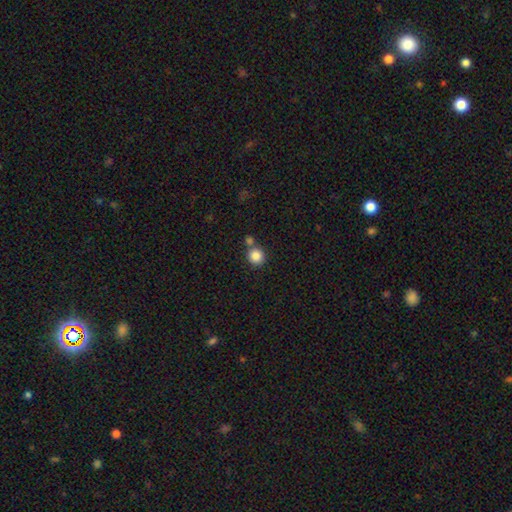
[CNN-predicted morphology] This is clearly a smooth galaxy (85%). How rounded: clearly round (92%). Merging: likely none (67%).